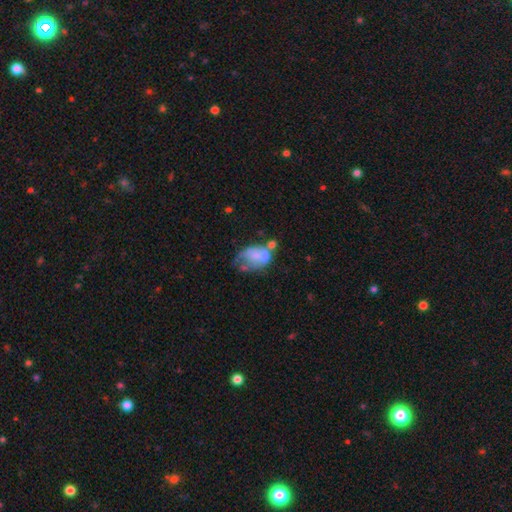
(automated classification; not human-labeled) A featured or disk galaxy (47%). Merging: major disturbance (33%).